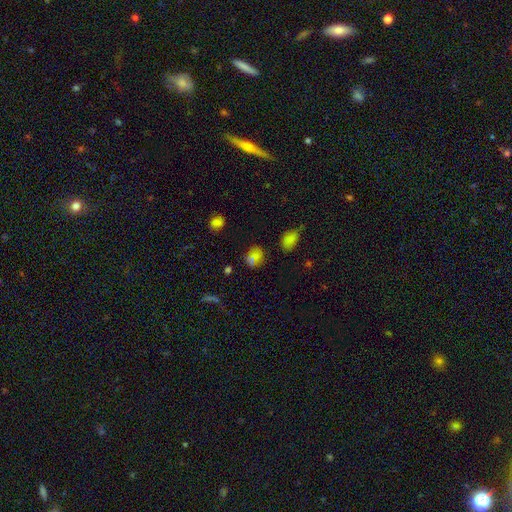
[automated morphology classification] smooth 69%, star or artifact 21%, featured or disk 10%. Down the decision tree: how rounded — round (63%); merging — none (75%).